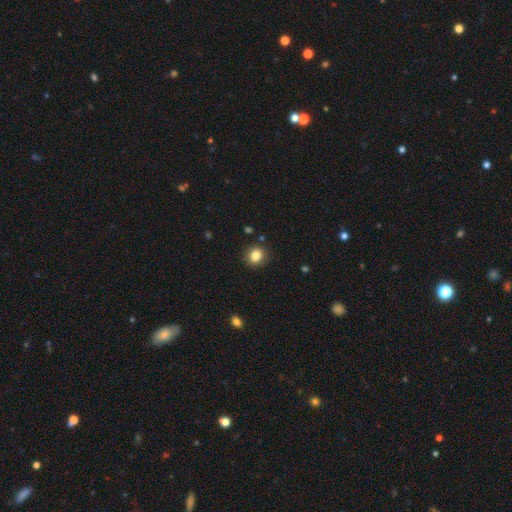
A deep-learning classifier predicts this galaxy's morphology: This appears to be a smooth galaxy with no disk features (84%) that is round (76%). Merging: none (87%).